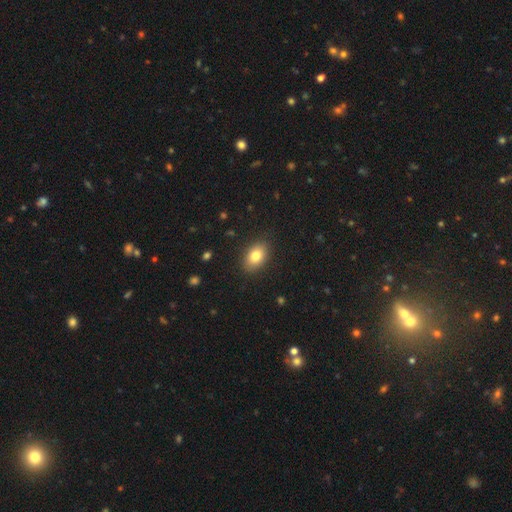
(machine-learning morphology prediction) The model was most divided on "smooth or featured": smooth: 81%, featured or disk: 10%, star or artifact: 8%. More confident: merging — none (88%); how rounded — in between (85%).